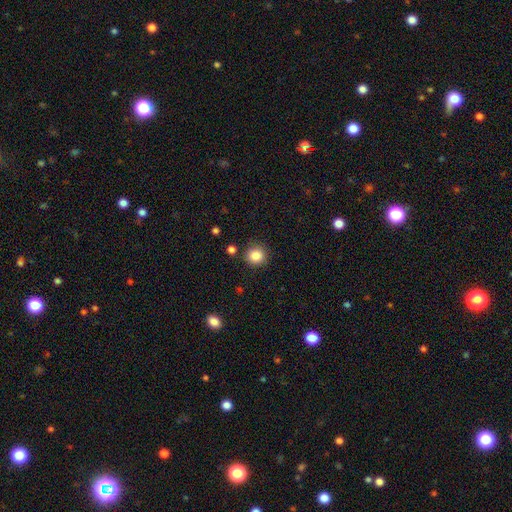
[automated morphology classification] This is clearly a smooth galaxy (86%). How rounded: clearly round (90%). Merging: clearly none (86%).